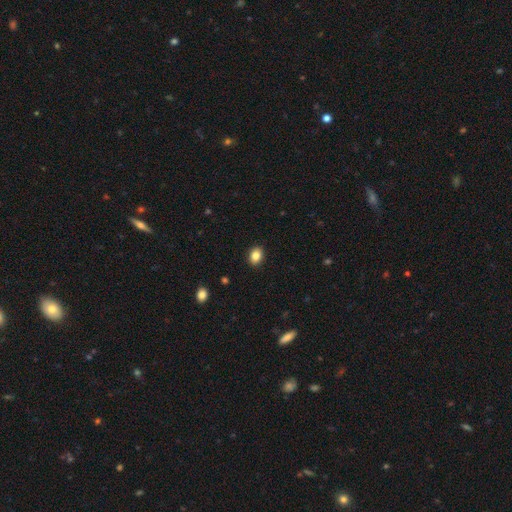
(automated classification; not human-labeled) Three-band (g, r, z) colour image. It shows a smooth galaxy with no disk features (85%) that is in between round and cigar-shaped (65%). Merging: none (91%).